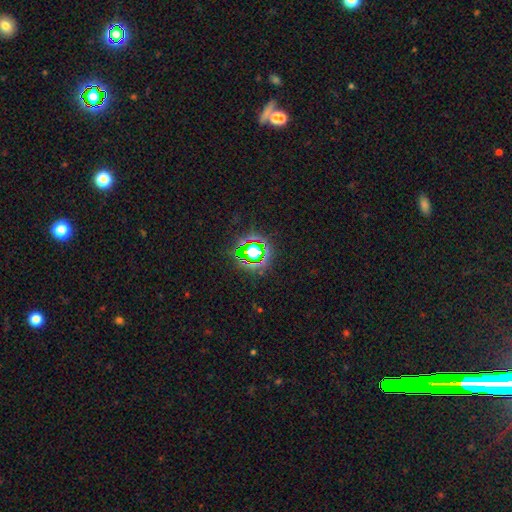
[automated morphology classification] star or artifact 66%, smooth 22%, featured or disk 12%.